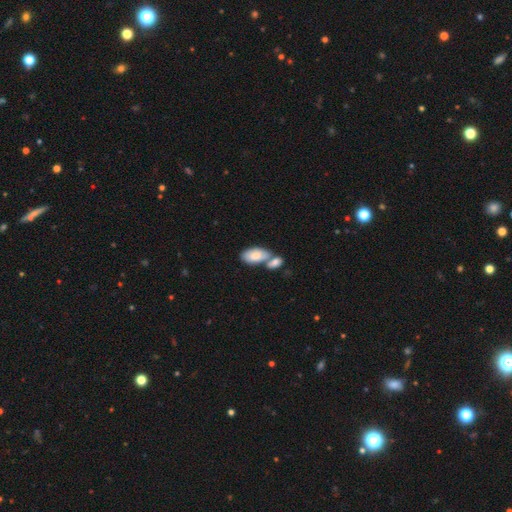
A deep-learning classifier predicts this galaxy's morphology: The model was most divided on "merging": merger: 56%, none: 30%, minor disturbance: 10%, major disturbance: 4%. More confident: how rounded — in between (94%); smooth or featured — smooth (78%).